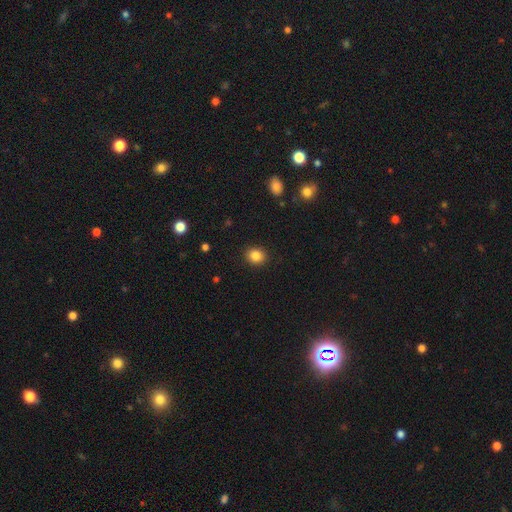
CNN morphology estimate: This is clearly a smooth galaxy (85%). How rounded: likely round (72%). Merging: clearly none (90%).